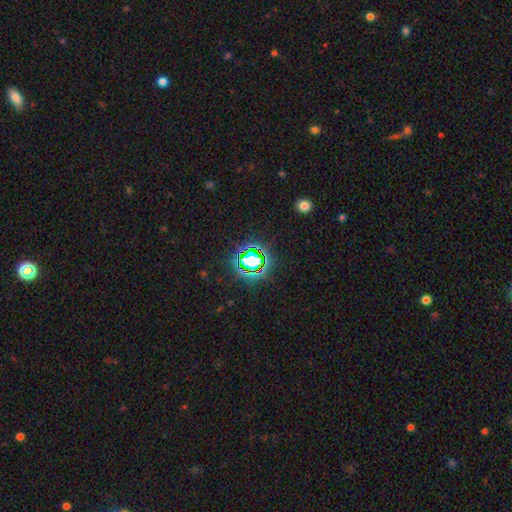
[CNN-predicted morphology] Smooth or featured? star or artifact (78%)